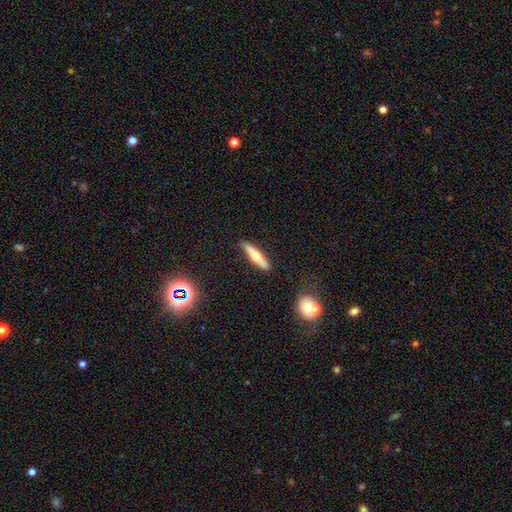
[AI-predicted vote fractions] smooth-or-featured: smooth: 48% | featured or disk: 45% | star or artifact: 7%
  merging: none: 88% | minor disturbance: 8% | merger: 2% | major disturbance: 2%